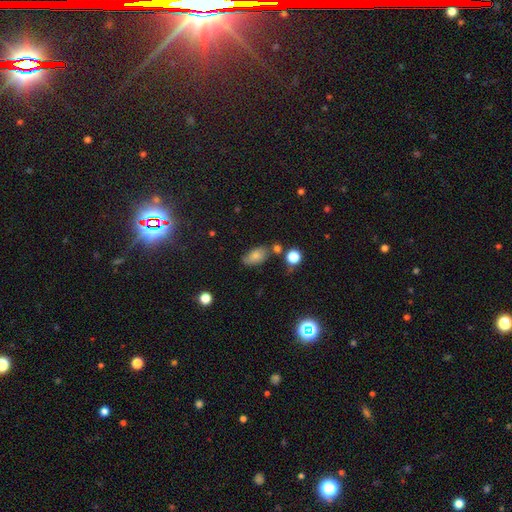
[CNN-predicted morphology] Smooth or featured: smooth — 73% (featured or disk — 15%)
How rounded: in between — 89% (round — 8%)
Merging: none — 60% (minor disturbance — 25%)